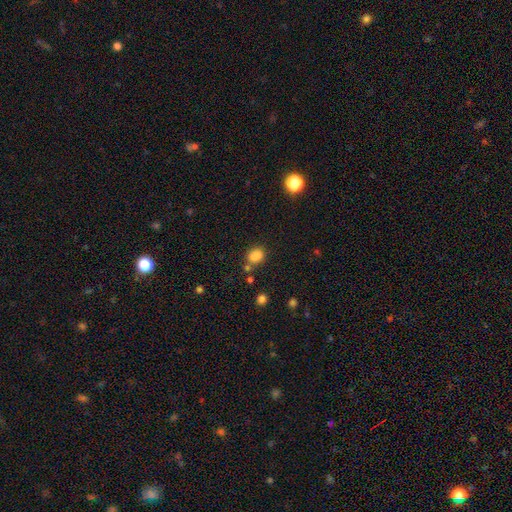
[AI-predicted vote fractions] Smooth or featured? smooth (83%)
How rounded? round (51%)
Merging? none (66%)